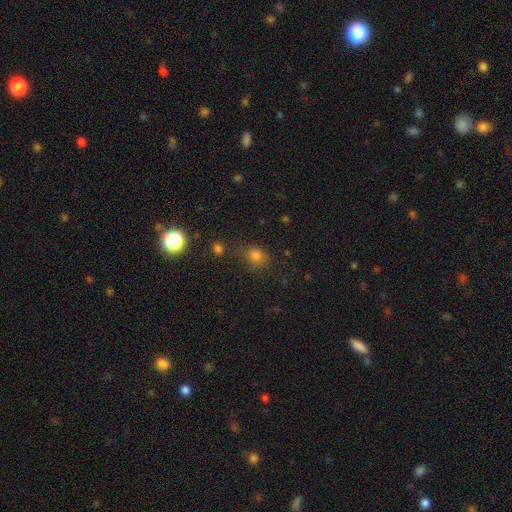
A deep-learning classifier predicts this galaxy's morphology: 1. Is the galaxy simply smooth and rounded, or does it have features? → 75% smooth, 20% star or artifact, 5% featured or disk.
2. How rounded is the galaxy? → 75% round, 24% in between, 1% cigar-shaped.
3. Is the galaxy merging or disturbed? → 74% none, 16% minor disturbance, 6% major disturbance, 4% merger.